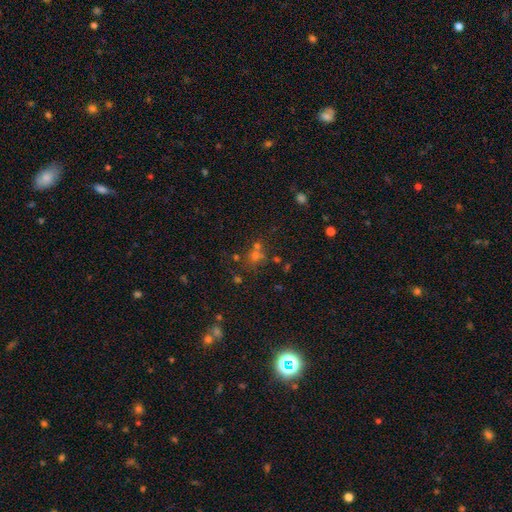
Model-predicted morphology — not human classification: Smooth or featured: smooth — 44% (star or artifact — 43%)
Merging: none — 56% (merger — 30%)